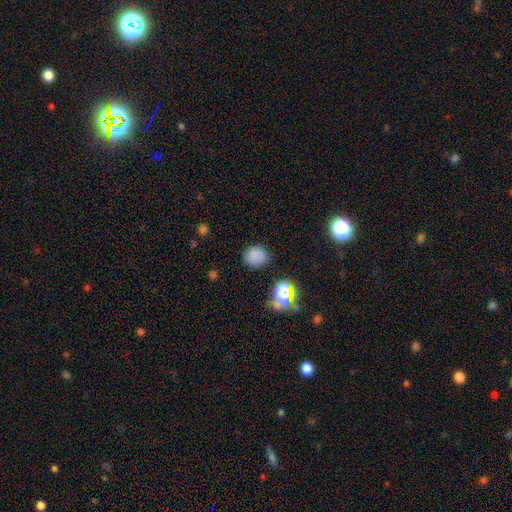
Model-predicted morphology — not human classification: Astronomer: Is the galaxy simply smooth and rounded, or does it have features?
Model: smooth — 77%.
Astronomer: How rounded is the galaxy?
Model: round — 67%.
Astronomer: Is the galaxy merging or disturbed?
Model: none — 79%.